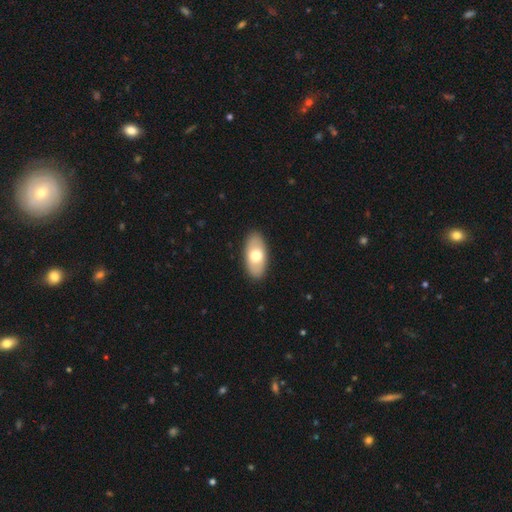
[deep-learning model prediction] Smooth or featured? smooth (67%)
How rounded? in between (92%)
Merging? none (89%)